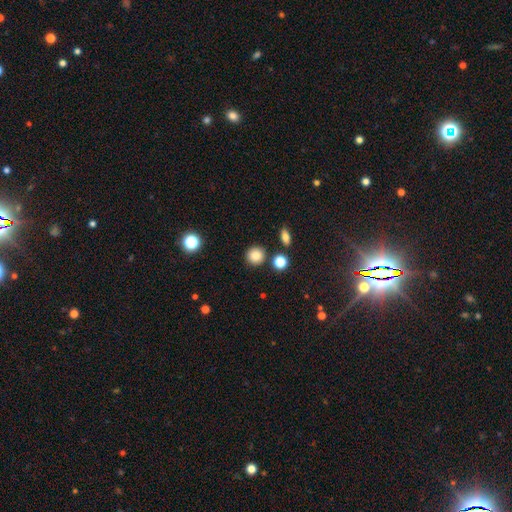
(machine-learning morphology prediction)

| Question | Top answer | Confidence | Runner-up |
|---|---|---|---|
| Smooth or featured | smooth | 86% | star or artifact (10%) |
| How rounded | round | 91% | in between (8%) |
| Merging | none | 86% | minor disturbance (8%) |